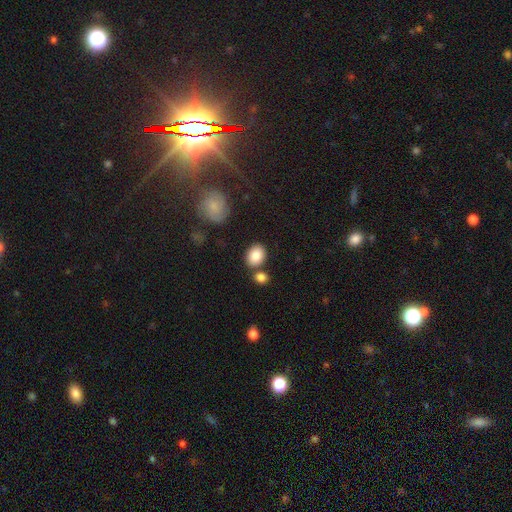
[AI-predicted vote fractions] Overall: smooth (85%). How rounded: in between (60%; round 39%). Merging: none (72%).